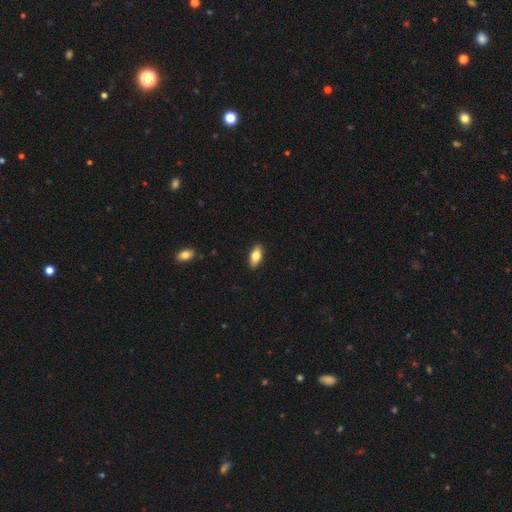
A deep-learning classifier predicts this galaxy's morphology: Smooth or featured? Predicted: smooth (p=0.76). How rounded? Predicted: in between (p=0.88). Merging? Predicted: none (p=0.89).